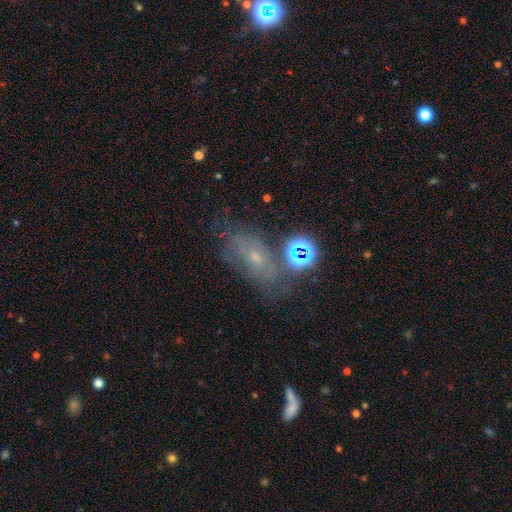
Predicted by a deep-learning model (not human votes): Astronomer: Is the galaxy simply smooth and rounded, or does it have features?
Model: featured or disk — 39% (runner-up: smooth, 32%).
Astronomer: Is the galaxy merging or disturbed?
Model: none — 54%.